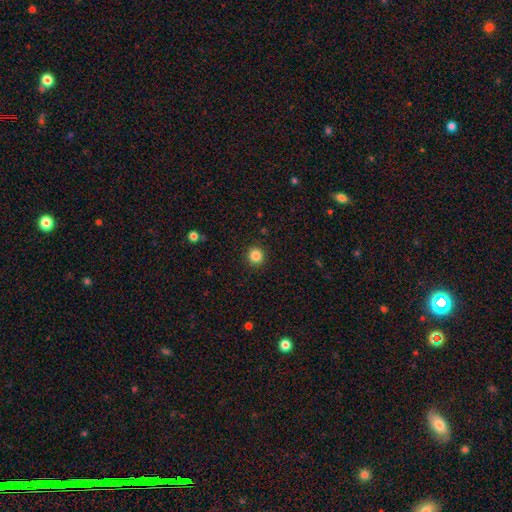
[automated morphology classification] smooth 86%, star or artifact 11%, featured or disk 4%. Down the decision tree: how rounded — round (93%); merging — none (92%).